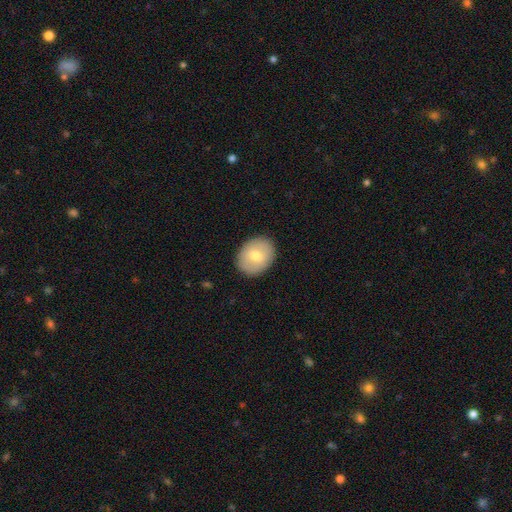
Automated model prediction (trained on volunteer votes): This appears to be a smooth galaxy with no disk features (69%) that is in between round and cigar-shaped (56%). Merging: none (88%).